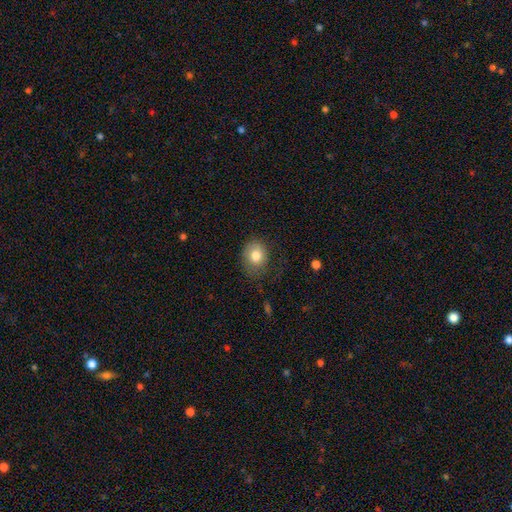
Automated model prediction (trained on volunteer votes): This is likely a smooth galaxy (80%). How rounded: possibly round (52%). Merging: likely none (63%).